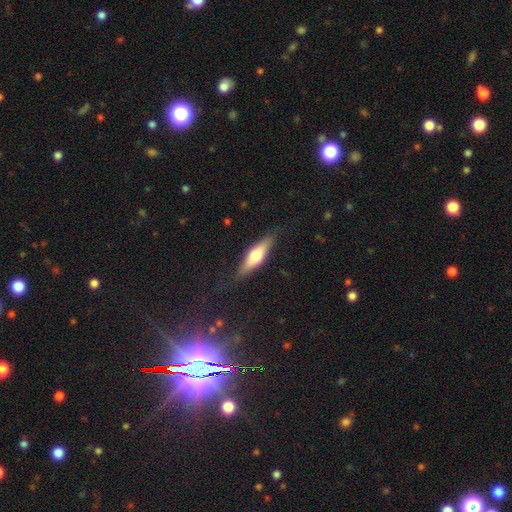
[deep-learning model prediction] The model was most divided on "smooth or featured": smooth: 51%, featured or disk: 44%, star or artifact: 6%. More confident: merging — none (81%); how rounded — cigar-shaped (59%).